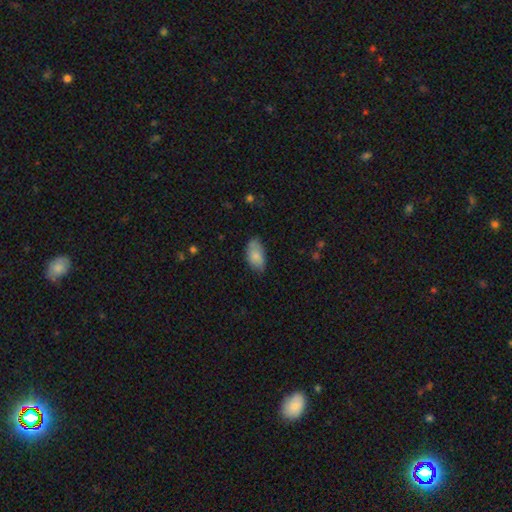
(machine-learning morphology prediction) smooth-or-featured: smooth: 83% | featured or disk: 10% | star or artifact: 7%
  how-rounded: in between: 94% | round: 3% | cigar-shaped: 3%
  merging: none: 67% | minor disturbance: 26% | major disturbance: 5% | merger: 2%